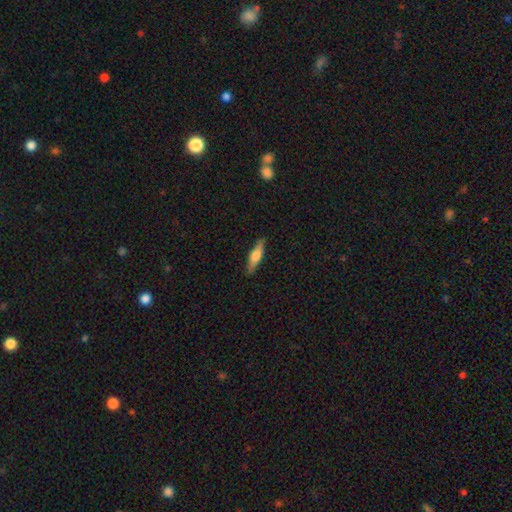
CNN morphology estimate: A smooth galaxy with no disk features (50%).

Vote fractions:
- Smooth or featured? smooth: 50% / featured or disk: 44% / star or artifact: 6%
- Merging? none: 88% / minor disturbance: 9% / major disturbance: 2% / merger: 1%